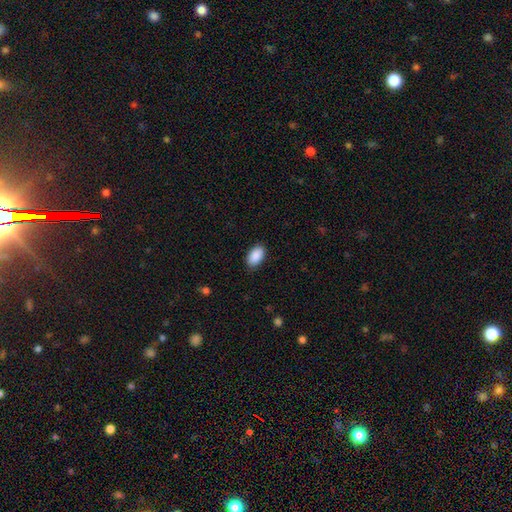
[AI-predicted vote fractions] The model was most divided on "merging": none: 87%, minor disturbance: 10%, major disturbance: 2%, merger: 1%. More confident: how rounded — in between (94%); smooth or featured — smooth (90%).